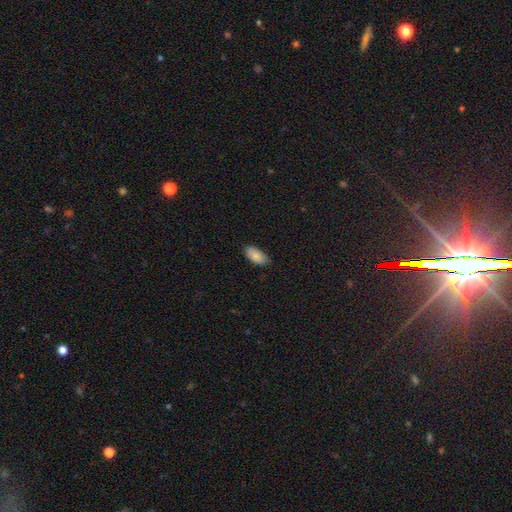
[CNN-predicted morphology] The model was most divided on "merging": none: 82%, minor disturbance: 15%, major disturbance: 2%, merger: 1%. More confident: how rounded — in between (94%); smooth or featured — smooth (87%).